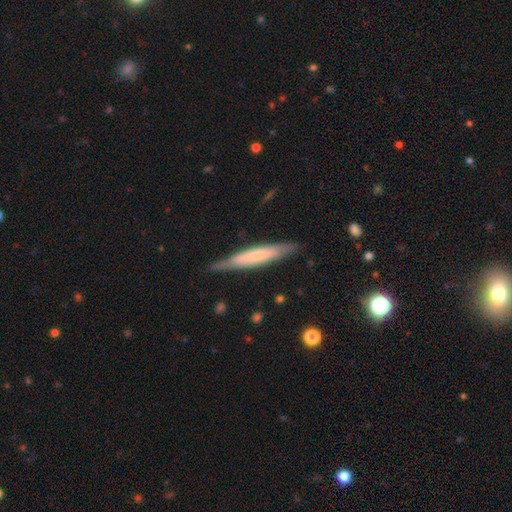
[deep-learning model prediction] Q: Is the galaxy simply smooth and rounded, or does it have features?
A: smooth — 52%.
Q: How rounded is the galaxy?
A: cigar-shaped — 92%.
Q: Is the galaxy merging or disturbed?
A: none — 80%.